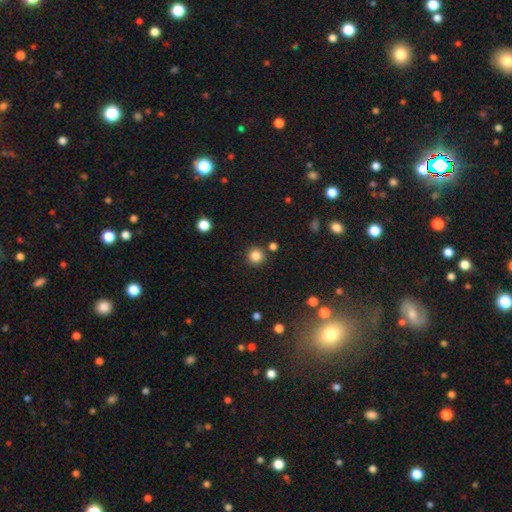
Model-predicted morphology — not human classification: A smooth galaxy with no disk features (84%) that is round (95%). Merging: none (88%).